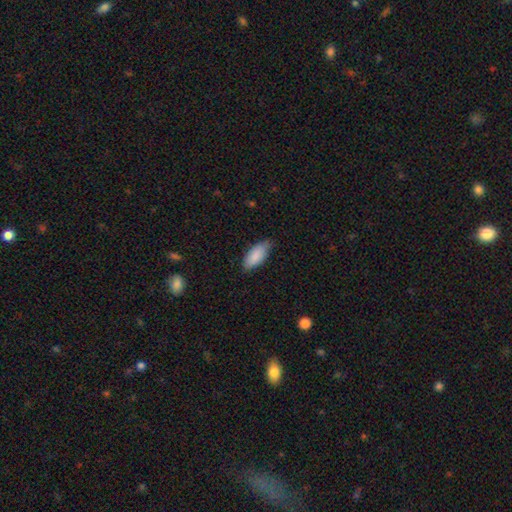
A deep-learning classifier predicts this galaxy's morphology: smooth_or_featured: smooth (p=0.87) [alt: featured or disk p=0.07]
how_rounded: in between (p=0.88) [alt: cigar-shaped p=0.10]
merging: none (p=0.73) [alt: minor disturbance p=0.23]